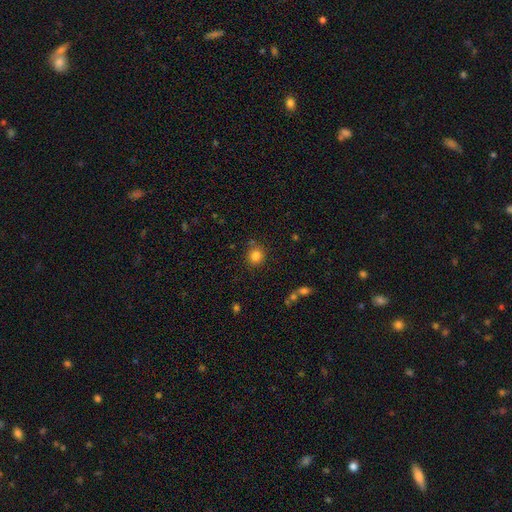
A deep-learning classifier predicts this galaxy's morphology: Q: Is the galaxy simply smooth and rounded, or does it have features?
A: smooth — 83%.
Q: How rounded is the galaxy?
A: round — 86%.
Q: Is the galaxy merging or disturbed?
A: none — 80%.